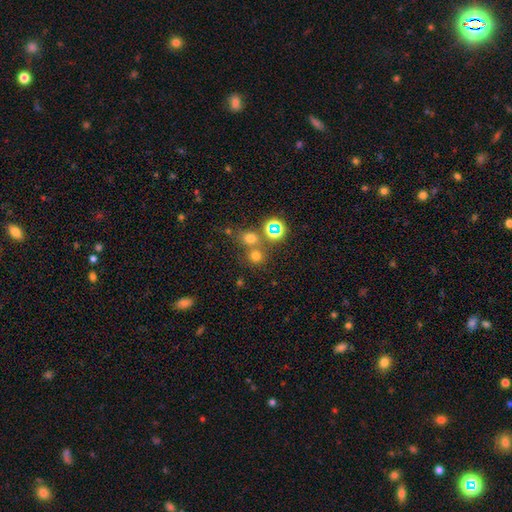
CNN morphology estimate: This is likely a smooth galaxy (66%). How rounded: clearly round (87%). Merging: likely none (64%).